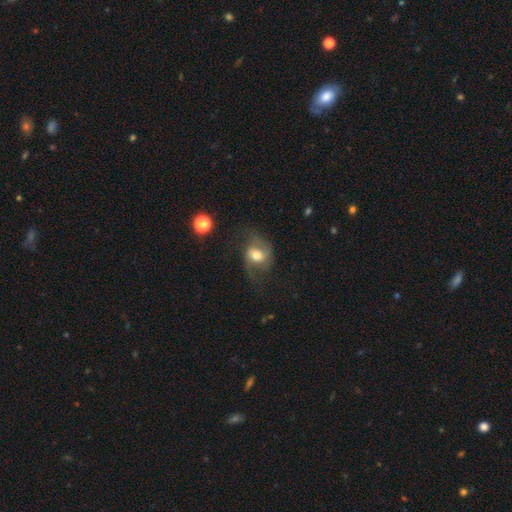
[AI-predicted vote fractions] A featured or disk galaxy (56%) with no bar (48%), spiral arms (82%) and a moderate central bulge (69%). Merging: none (52%).